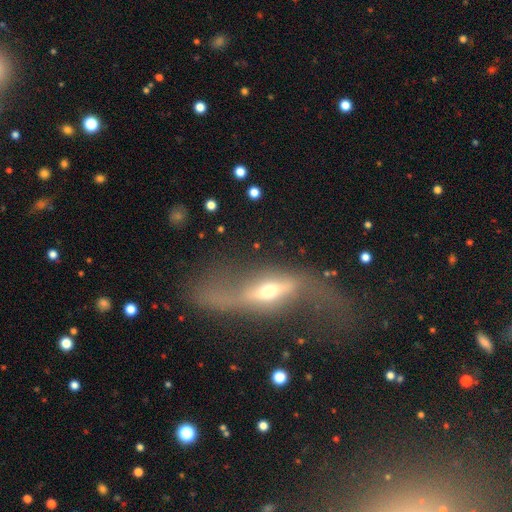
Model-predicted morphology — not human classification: type=featured or disk (78%); edge-on=no (76%); bar=no (35%); spiral arms=yes (81%); bulge=moderate (51%); merging=none (47%).